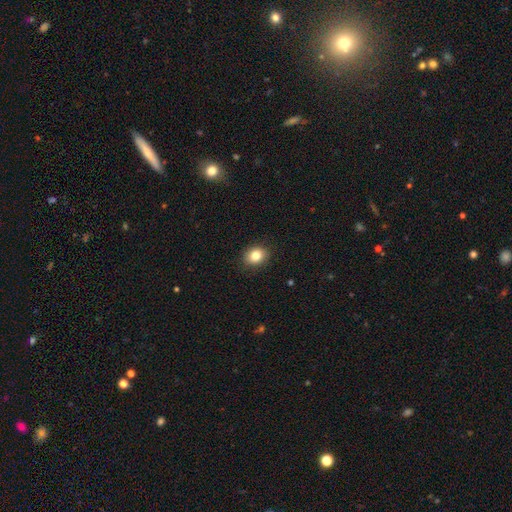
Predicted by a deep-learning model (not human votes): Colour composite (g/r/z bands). It shows a smooth galaxy with no disk features (83%) that is round (56%). Merging: none (89%).